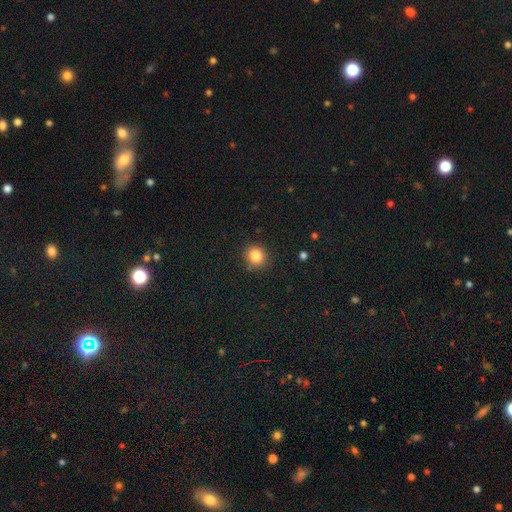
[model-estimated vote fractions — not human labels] Smooth or featured?
  - smooth: 84% *
  - star or artifact: 11%
  - featured or disk: 5%
How rounded?
  - round: 90% *
  - in between: 9%
  - cigar-shaped: 1%
Merging?
  - none: 88% *
  - minor disturbance: 8%
  - major disturbance: 2%
  - merger: 2%